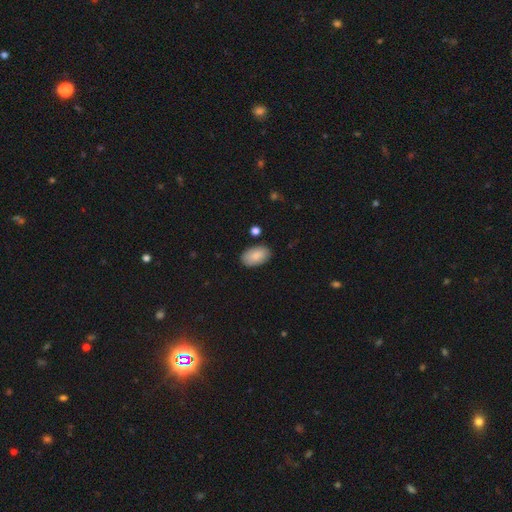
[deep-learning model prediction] smooth-or-featured: smooth: 87% | featured or disk: 7% | star or artifact: 6%
  how-rounded: in between: 94% | round: 4% | cigar-shaped: 1%
  merging: none: 85% | minor disturbance: 10% | major disturbance: 2% | merger: 2%